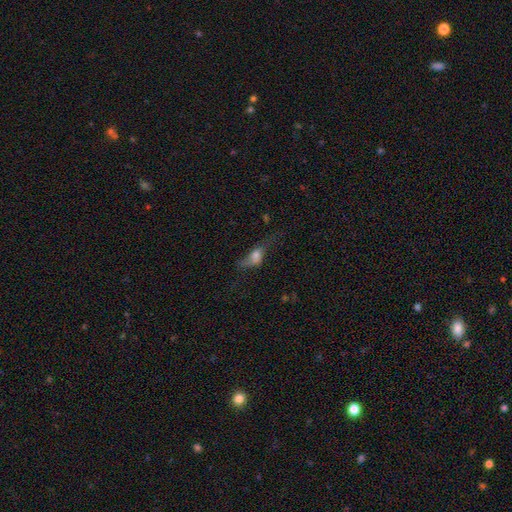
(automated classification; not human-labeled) The model was most divided on "merging": major disturbance: 43%, none: 29%, minor disturbance: 23%, merger: 5%. More confident: how rounded — in between (68%); smooth or featured — smooth (53%).